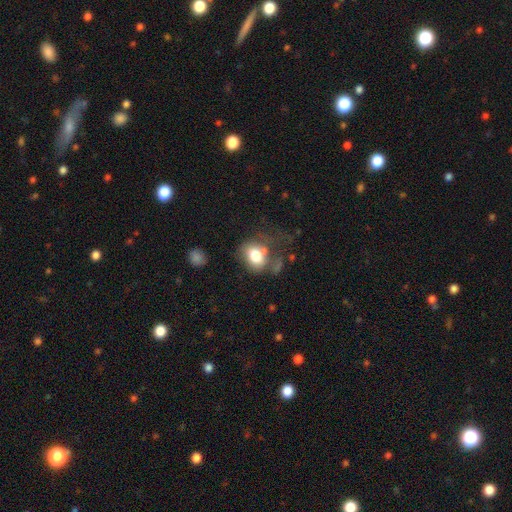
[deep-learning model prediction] Smooth or featured?
  - smooth: 74% *
  - featured or disk: 17%
  - star or artifact: 9%
How rounded?
  - in between: 52% *
  - round: 47%
  - cigar-shaped: 1%
Merging?
  - none: 37% *
  - major disturbance: 28%
  - minor disturbance: 24%
  - merger: 11%